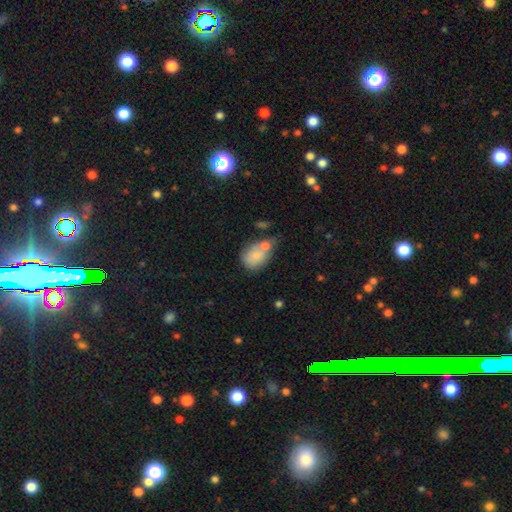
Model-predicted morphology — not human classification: Smooth or featured? smooth (77%)
How rounded? in between (62%)
Merging? merger (38%)